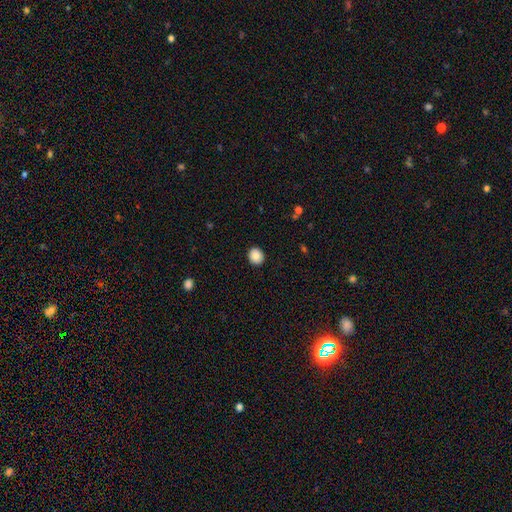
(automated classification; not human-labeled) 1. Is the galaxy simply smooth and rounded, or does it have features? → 86% smooth, 9% star or artifact, 5% featured or disk.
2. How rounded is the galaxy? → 82% round, 17% in between, 1% cigar-shaped.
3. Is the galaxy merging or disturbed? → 91% none, 6% minor disturbance, 2% major disturbance, 1% merger.